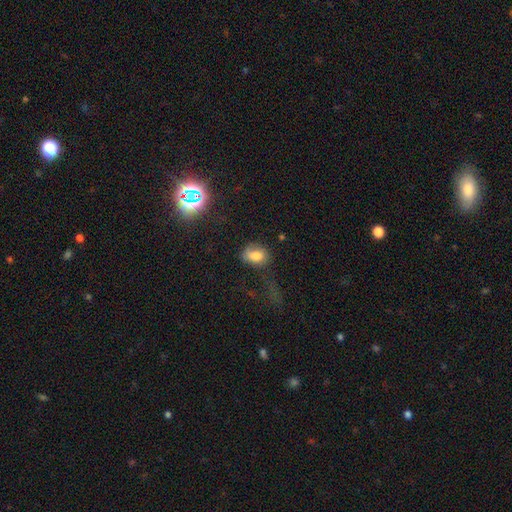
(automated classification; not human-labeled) The model was most divided on "merging": none: 45%, minor disturbance: 27%, major disturbance: 23%, merger: 5%. More confident: smooth or featured — smooth (76%); how rounded — in between (72%).